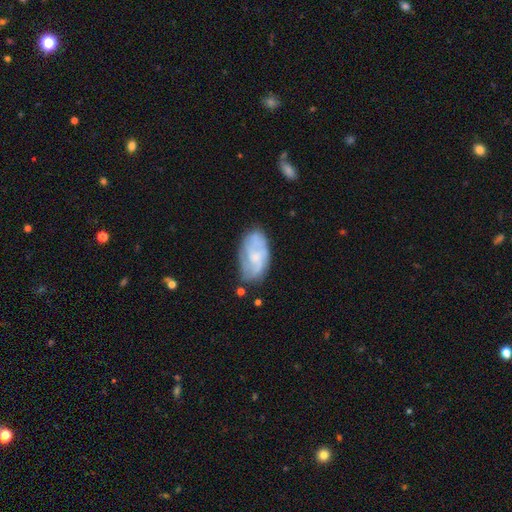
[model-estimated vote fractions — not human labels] smooth-or-featured: featured or disk: 58% | smooth: 35% | star or artifact: 7%
  disk-edge-on: no: 96% | yes: 4%
    bar: no: 68% | weak: 27% | strong: 4%
    has-spiral-arms: yes: 71% | no: 29%
    bulge-size: small: 42% | moderate: 28% | none: 25% | large: 4% | dominant: 1%
  merging: none: 62% | minor disturbance: 25% | major disturbance: 10% | merger: 3%